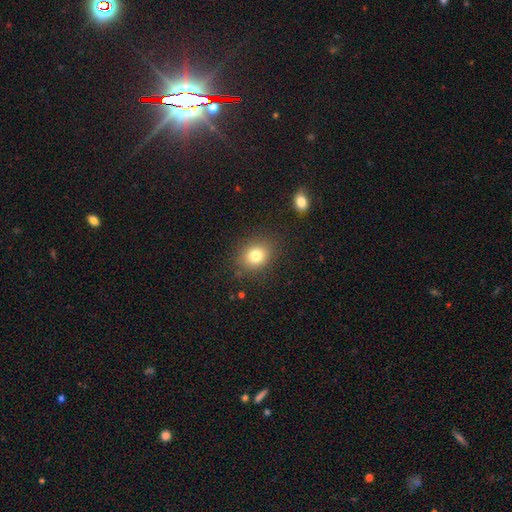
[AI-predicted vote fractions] Morphology: type=smooth (79%); roundness=round (58%); merging=none (85%).